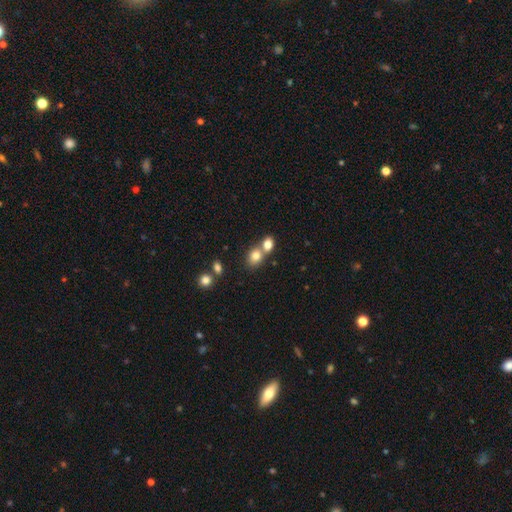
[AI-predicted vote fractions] Smooth or featured? Predicted: smooth (p=0.79). How rounded? Predicted: in between (p=0.54). Merging? Predicted: merger (p=0.53).